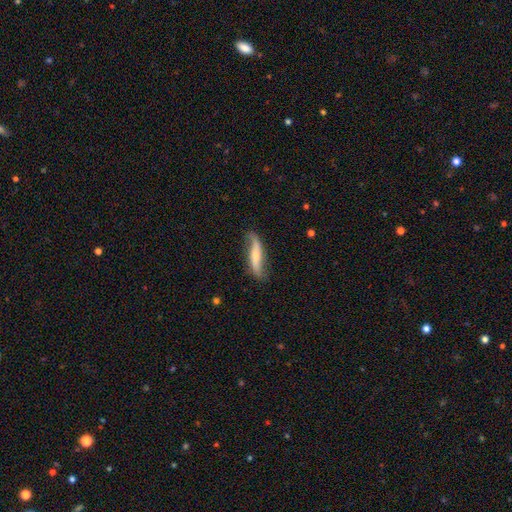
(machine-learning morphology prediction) A featured or disk galaxy (60%).

Vote fractions:
- Smooth or featured? featured or disk: 60% / smooth: 34% / star or artifact: 6%
- Edge-on disk? no: 59% / yes: 41%
- Merging? none: 69% / minor disturbance: 22% / major disturbance: 7% / merger: 2%